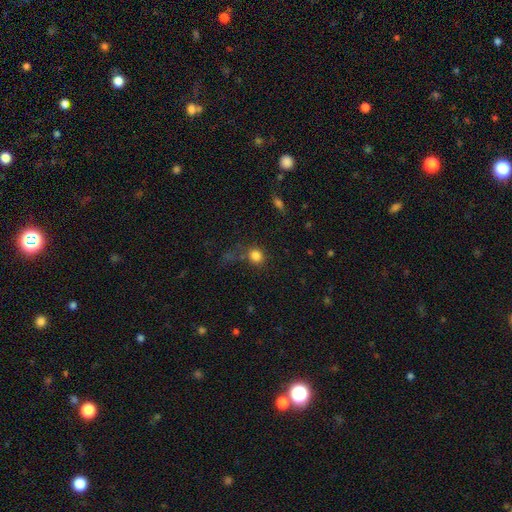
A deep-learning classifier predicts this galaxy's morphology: Smooth or featured? Predicted: smooth (p=0.81). How rounded? Predicted: round (p=0.82). Merging? Predicted: none (p=0.67).